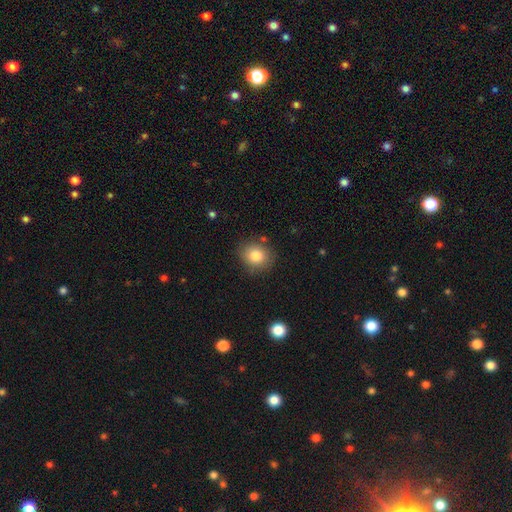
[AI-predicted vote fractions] smooth-or-featured: smooth: 82% | star or artifact: 10% | featured or disk: 8%
  how-rounded: round: 71% | in between: 28% | cigar-shaped: 1%
  merging: none: 83% | minor disturbance: 11% | major disturbance: 3% | merger: 2%